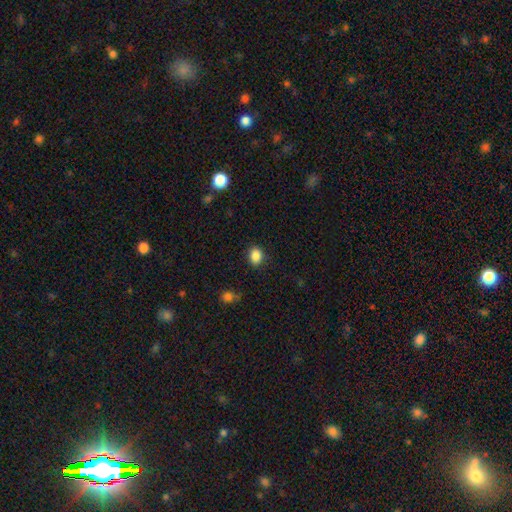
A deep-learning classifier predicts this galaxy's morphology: Smooth or featured?
  - smooth: 87% *
  - star or artifact: 10%
  - featured or disk: 4%
How rounded?
  - in between: 55% *
  - round: 44%
  - cigar-shaped: 1%
Merging?
  - none: 87% *
  - minor disturbance: 9%
  - major disturbance: 3%
  - merger: 1%